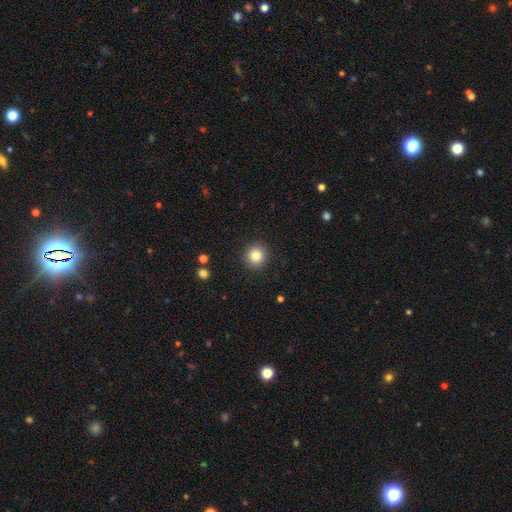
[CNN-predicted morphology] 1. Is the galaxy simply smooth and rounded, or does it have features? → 84% smooth, 10% star or artifact, 6% featured or disk.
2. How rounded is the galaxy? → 93% round, 6% in between, 1% cigar-shaped.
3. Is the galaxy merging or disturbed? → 91% none, 6% minor disturbance, 2% major disturbance, 1% merger.